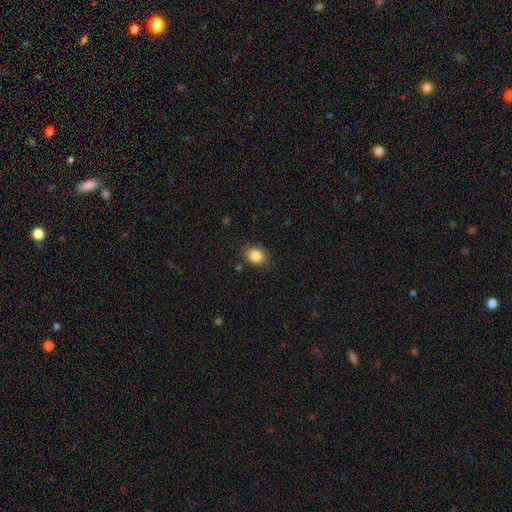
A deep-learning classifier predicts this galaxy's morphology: type=smooth (86%); roundness=in between (78%); merging=none (84%).